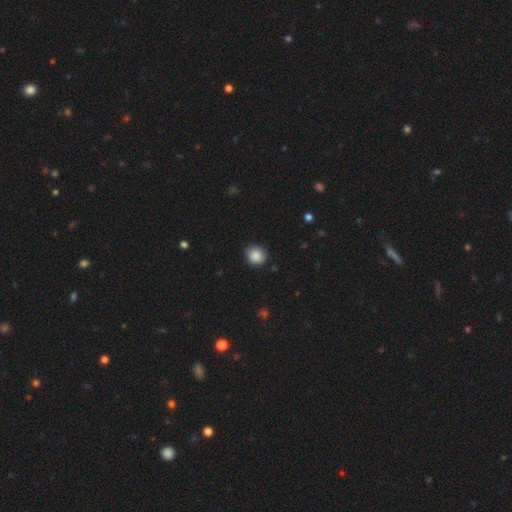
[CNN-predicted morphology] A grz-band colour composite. It shows a smooth galaxy with no disk features (88%) that is round (86%). Merging: none (85%).